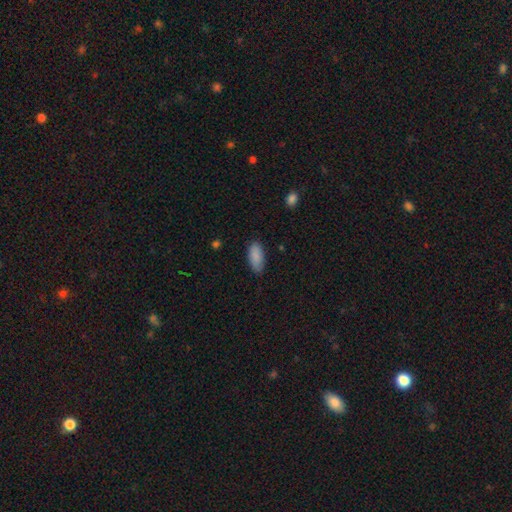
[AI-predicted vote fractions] This is clearly a smooth galaxy (89%). How rounded: clearly in between (89%). Merging: clearly none (83%).